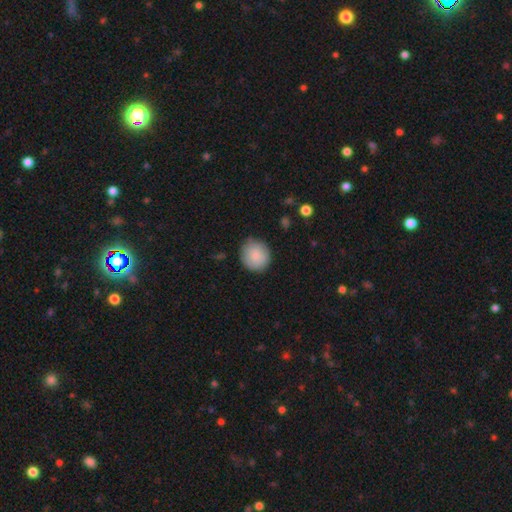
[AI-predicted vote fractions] Smooth or featured? smooth (84%)
How rounded? round (91%)
Merging? none (84%)